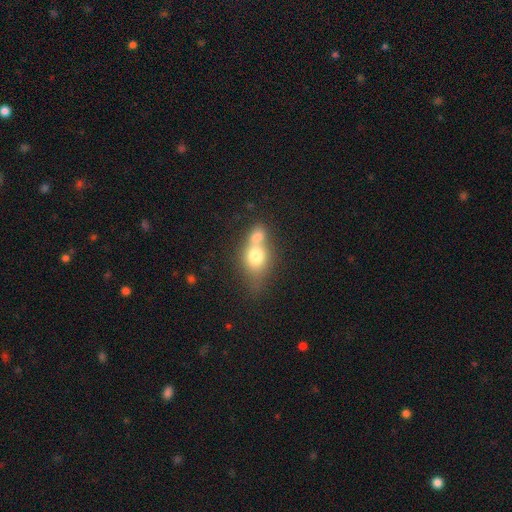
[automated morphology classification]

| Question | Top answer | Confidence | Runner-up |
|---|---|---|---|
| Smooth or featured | smooth | 70% | featured or disk (21%) |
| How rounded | in between | 54% | round (42%) |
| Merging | merger | 68% | none (20%) |